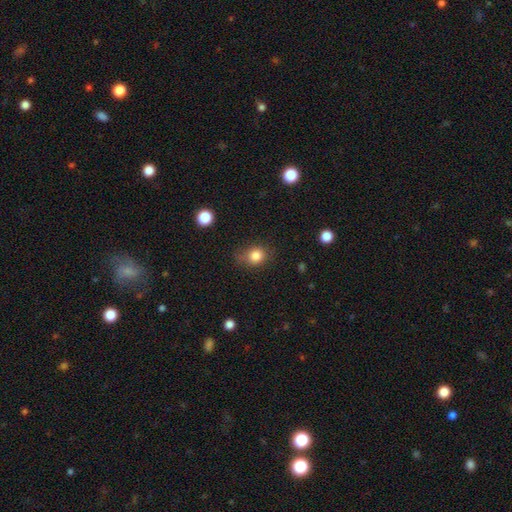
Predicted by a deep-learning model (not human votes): smooth_or_featured: smooth (p=0.84) [alt: star or artifact p=0.11]
how_rounded: round (p=0.67) [alt: in between p=0.32]
merging: none (p=0.68) [alt: minor disturbance p=0.23]